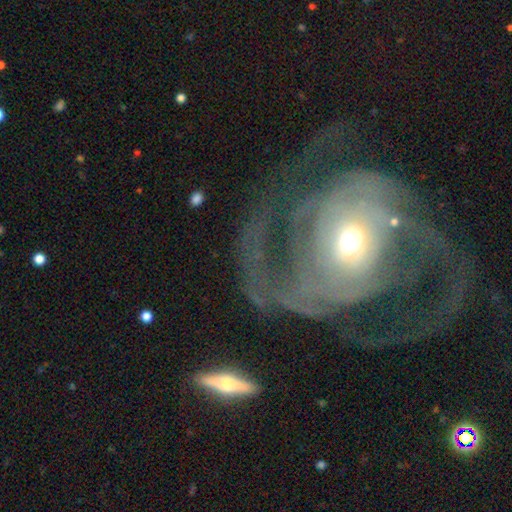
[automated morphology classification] Smooth or featured? Predicted: featured or disk (p=0.79). Edge-on disk? Predicted: no (p=0.95). Bar? Predicted: no (p=0.65). Spiral arms? Predicted: yes (p=0.81). Spiral winding? Predicted: medium (p=0.38). Spiral arm count? Predicted: 2 (p=0.56). Bulge size? Predicted: moderate (p=0.63). Merging? Predicted: major disturbance (p=0.41).